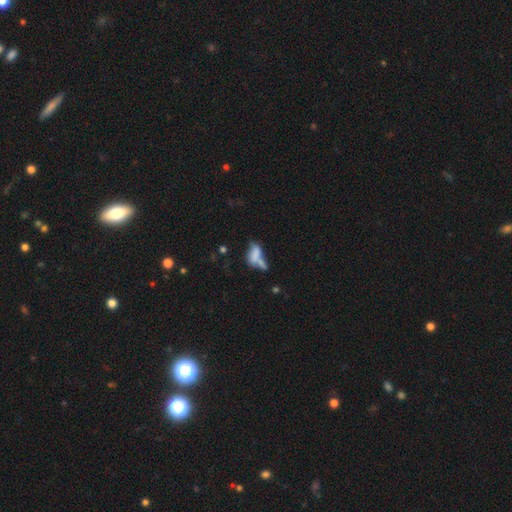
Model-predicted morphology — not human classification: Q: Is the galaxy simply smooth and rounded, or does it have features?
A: smooth — 62%.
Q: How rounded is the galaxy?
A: in between — 75%.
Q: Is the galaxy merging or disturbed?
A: merger — 45%.